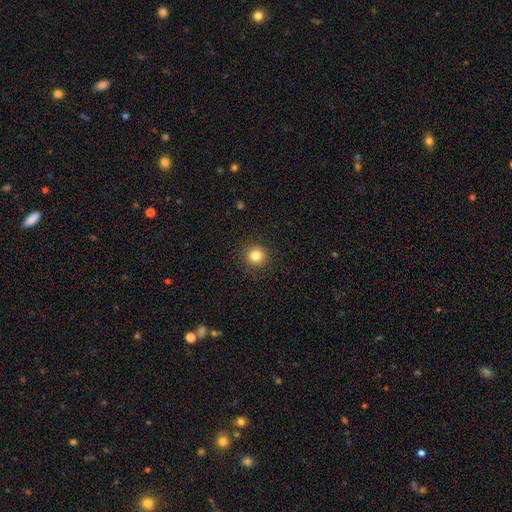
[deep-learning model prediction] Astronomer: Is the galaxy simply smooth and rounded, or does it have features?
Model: smooth — 83%.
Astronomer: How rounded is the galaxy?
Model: round — 93%.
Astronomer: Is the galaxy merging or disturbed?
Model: none — 92%.